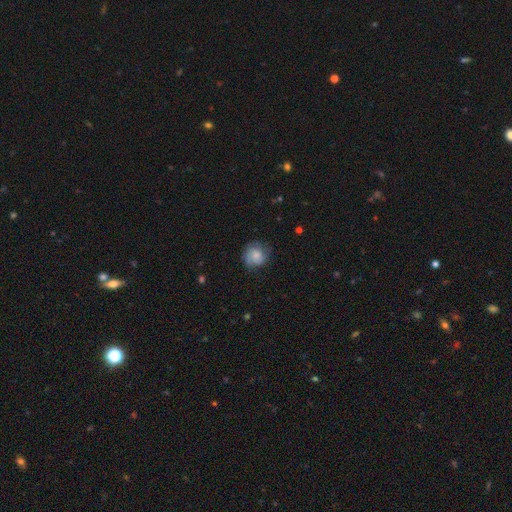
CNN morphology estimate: The model was most divided on "smooth or featured": smooth: 58%, featured or disk: 34%, star or artifact: 8%. More confident: how rounded — round (84%); merging — none (67%).